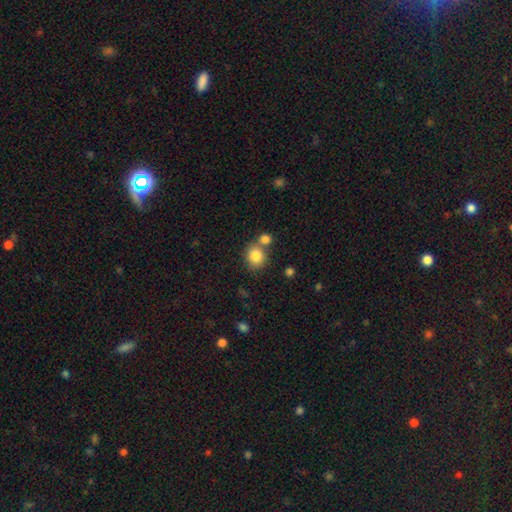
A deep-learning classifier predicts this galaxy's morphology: smooth 83%, star or artifact 10%, featured or disk 7%. Down the decision tree: how rounded — round (81%); merging — none (58%).